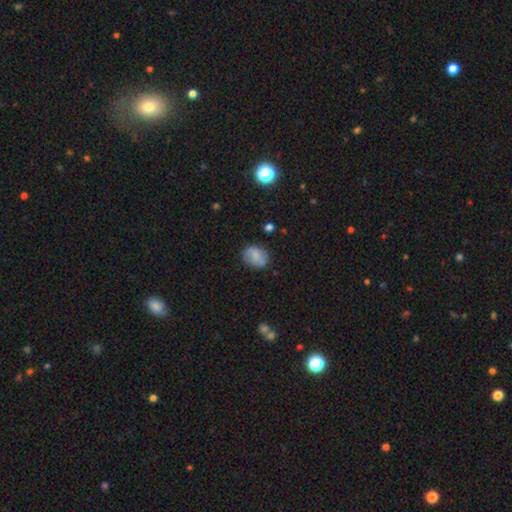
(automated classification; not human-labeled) A smooth galaxy with no disk features (71%) that is in between round and cigar-shaped (54%).

Vote fractions:
- Smooth or featured? smooth: 71% / featured or disk: 19% / star or artifact: 9%
- How rounded? in between: 54% / round: 45% / cigar-shaped: 1%
- Merging? none: 71% / minor disturbance: 21% / major disturbance: 6% / merger: 2%